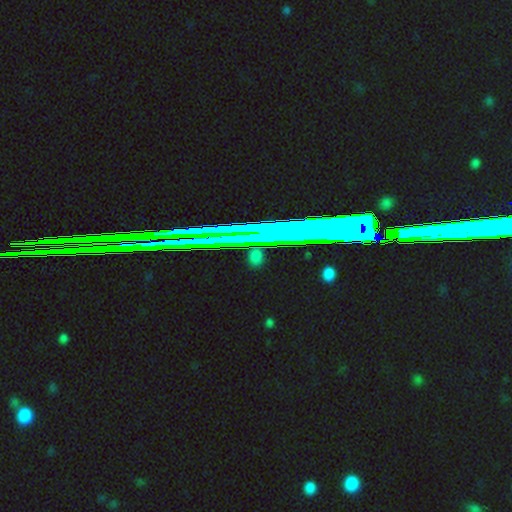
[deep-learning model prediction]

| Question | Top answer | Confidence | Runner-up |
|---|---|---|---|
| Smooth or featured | star or artifact | 62% | smooth (26%) |